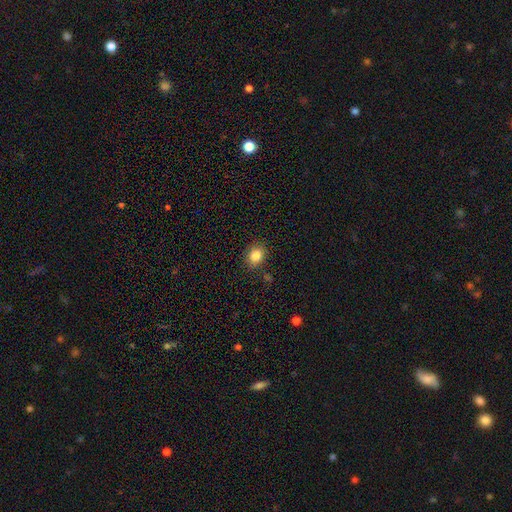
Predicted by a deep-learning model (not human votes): Smooth or featured: smooth — 85% (star or artifact — 10%)
How rounded: round — 53% (in between — 46%)
Merging: none — 86% (minor disturbance — 10%)